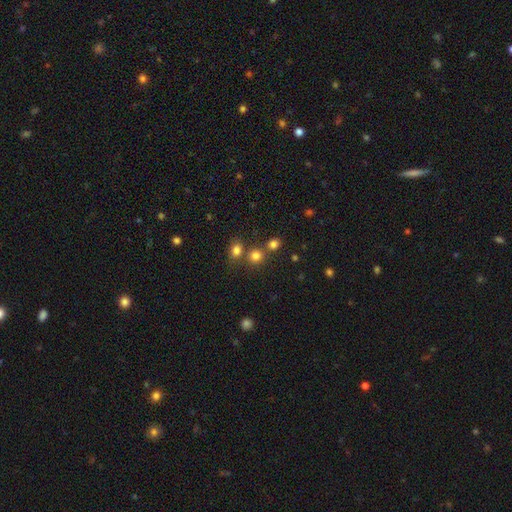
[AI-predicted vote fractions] The model was most divided on "merging": none: 66%, merger: 23%, minor disturbance: 8%, major disturbance: 3%. More confident: how rounded — round (84%); smooth or featured — smooth (78%).